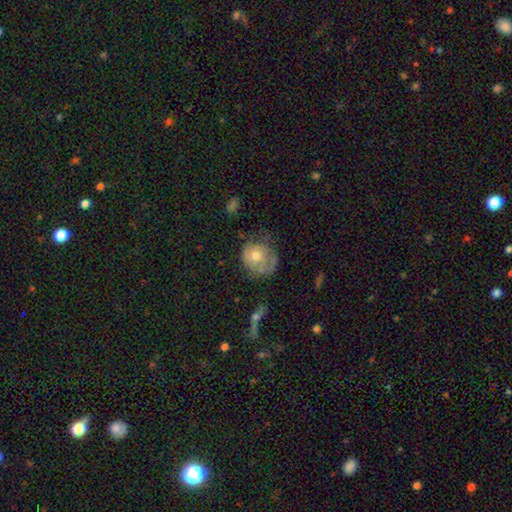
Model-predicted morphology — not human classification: The model was most divided on "merging": none: 46%, minor disturbance: 31%, major disturbance: 20%, merger: 3%. More confident: how rounded — round (73%); smooth or featured — smooth (55%).